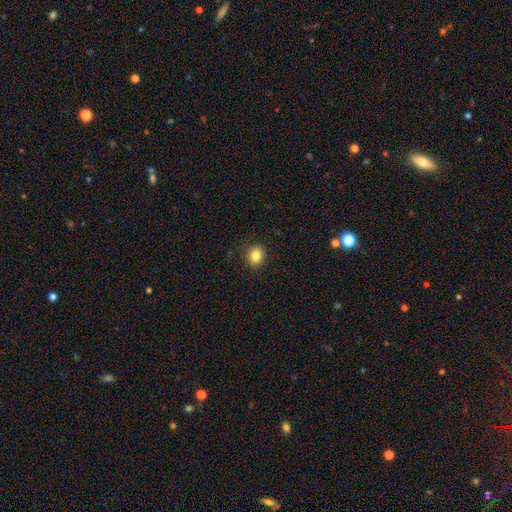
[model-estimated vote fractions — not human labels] Q: Smooth or featured?
A: smooth (83%); runner-up: star or artifact (10%)
Q: How rounded?
A: round (66%); runner-up: in between (33%)
Q: Merging?
A: none (90%); runner-up: minor disturbance (7%)